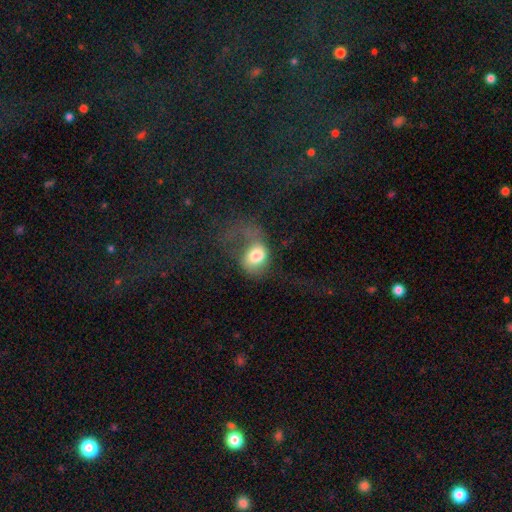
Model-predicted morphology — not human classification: Q: Smooth or featured?
A: smooth (65%); runner-up: featured or disk (26%)
Q: How rounded?
A: in between (55%); runner-up: round (44%)
Q: Merging?
A: major disturbance (58%); runner-up: none (19%)